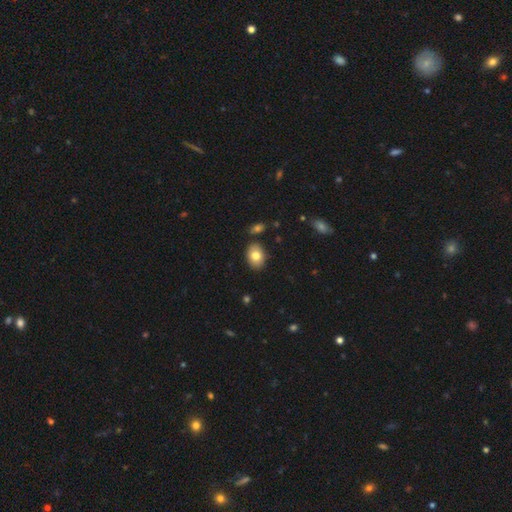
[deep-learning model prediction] Smooth or featured? smooth (79%)
How rounded? in between (75%)
Merging? none (84%)